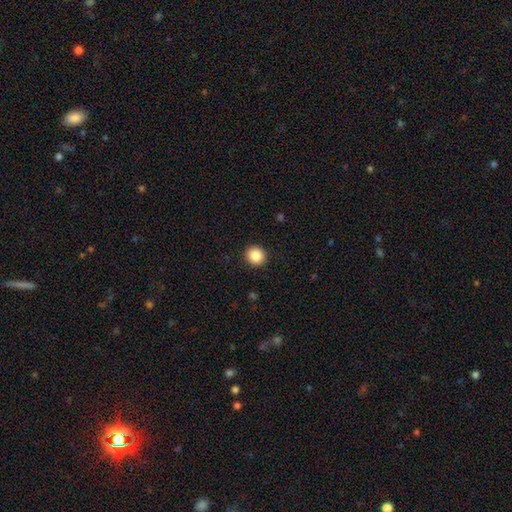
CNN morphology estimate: This is clearly a smooth galaxy (87%). How rounded: clearly round (92%). Merging: clearly none (92%).